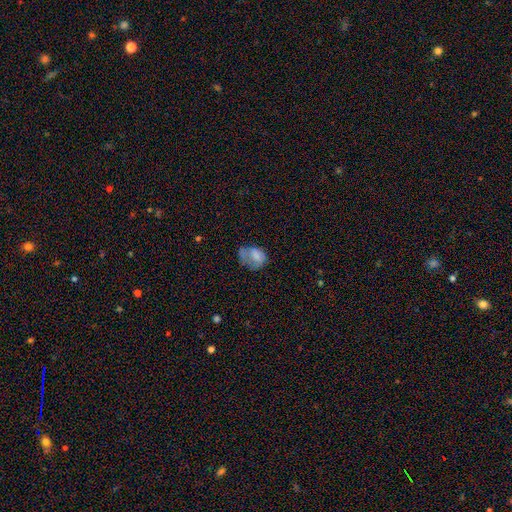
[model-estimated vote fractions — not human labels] smooth-or-featured: smooth: 68% | featured or disk: 22% | star or artifact: 10%
  how-rounded: in between: 67% | round: 32% | cigar-shaped: 1%
  merging: major disturbance: 33% | minor disturbance: 32% | none: 30% | merger: 5%